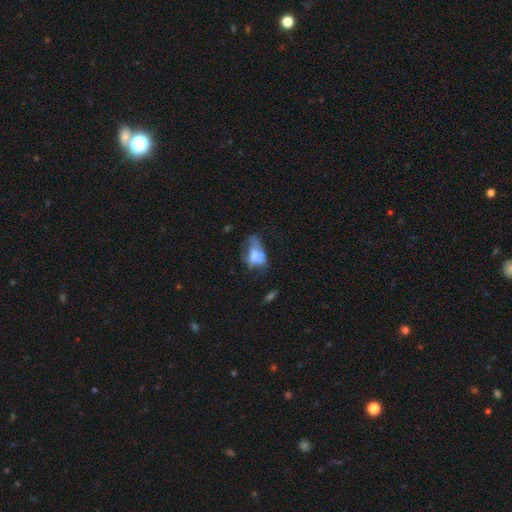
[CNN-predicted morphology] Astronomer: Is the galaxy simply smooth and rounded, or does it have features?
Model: smooth — 53% (runner-up: featured or disk, 36%).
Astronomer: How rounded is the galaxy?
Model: in between — 85%.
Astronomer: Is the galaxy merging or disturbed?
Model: major disturbance — 37% (runner-up: minor disturbance, 24%).